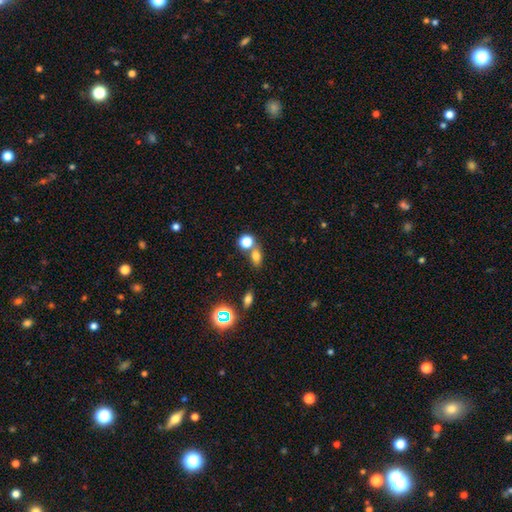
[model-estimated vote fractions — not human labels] The model was most divided on "merging": none: 51%, merger: 34%, minor disturbance: 10%, major disturbance: 5%. More confident: smooth or featured — smooth (74%); how rounded — in between (65%).